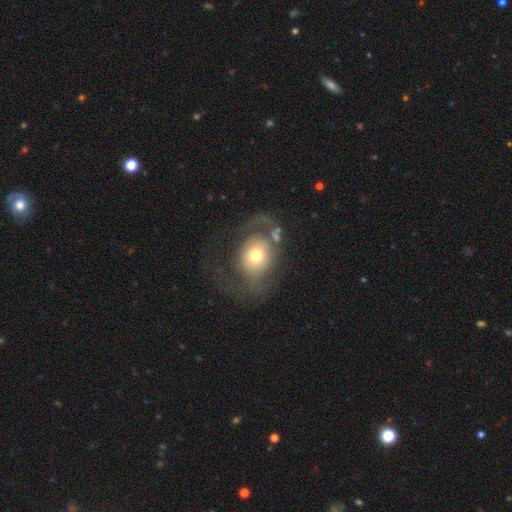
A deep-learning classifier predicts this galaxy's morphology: Q: Smooth or featured?
A: smooth (47%); runner-up: featured or disk (44%)
Q: Merging?
A: major disturbance (45%); runner-up: none (32%)